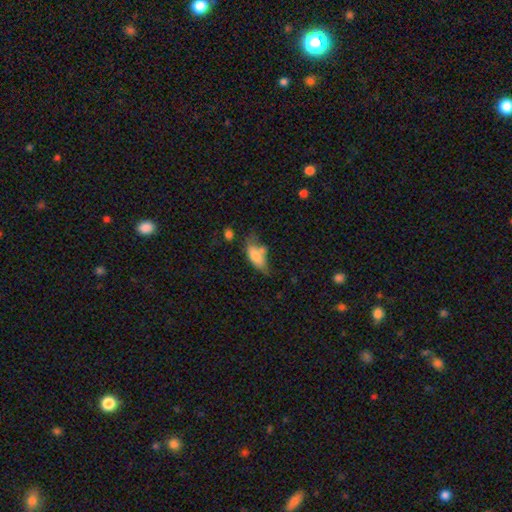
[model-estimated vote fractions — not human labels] Smooth or featured? smooth (68%)
How rounded? in between (78%)
Merging? none (31%)